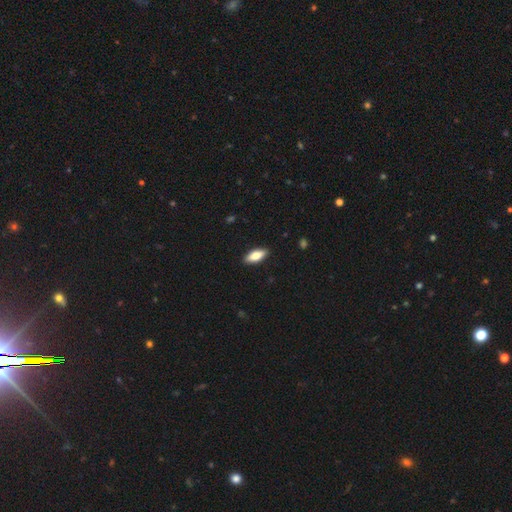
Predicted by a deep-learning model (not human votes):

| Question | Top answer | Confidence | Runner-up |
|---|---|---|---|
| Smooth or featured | smooth | 76% | featured or disk (18%) |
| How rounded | in between | 74% | cigar-shaped (24%) |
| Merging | none | 89% | minor disturbance (8%) |